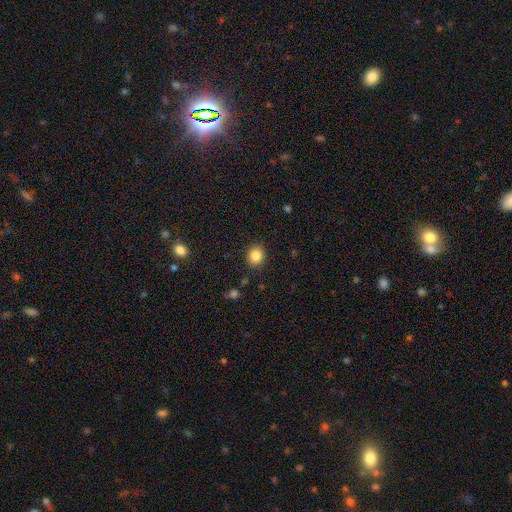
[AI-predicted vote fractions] Overall: smooth (85%). How rounded: round (74%). Merging: none (89%).